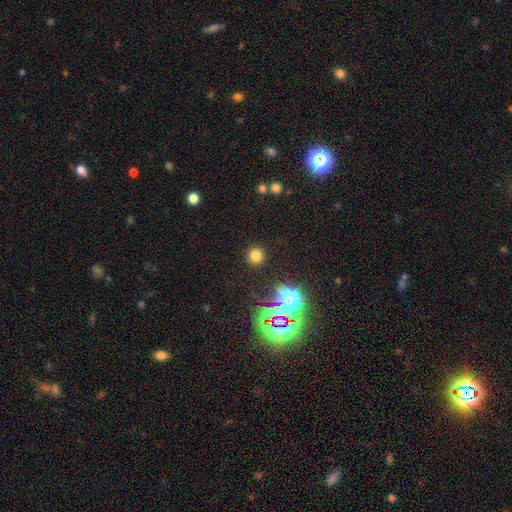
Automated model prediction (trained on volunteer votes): This is likely a smooth galaxy (75%). How rounded: clearly round (92%). Merging: clearly none (90%).